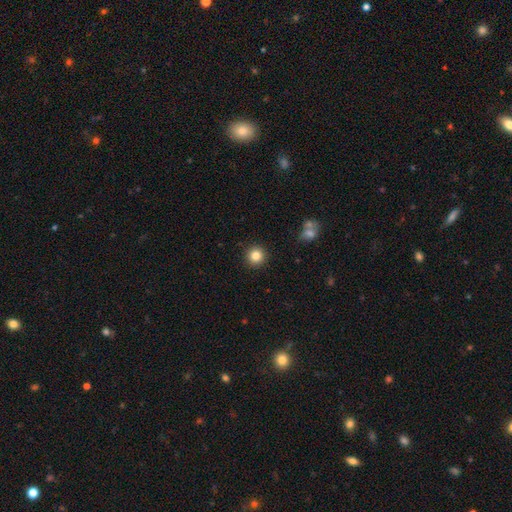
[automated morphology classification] smooth-or-featured: smooth: 84% | star or artifact: 10% | featured or disk: 6%
  how-rounded: round: 94% | in between: 5% | cigar-shaped: 1%
  merging: none: 92% | minor disturbance: 5% | major disturbance: 2% | merger: 1%